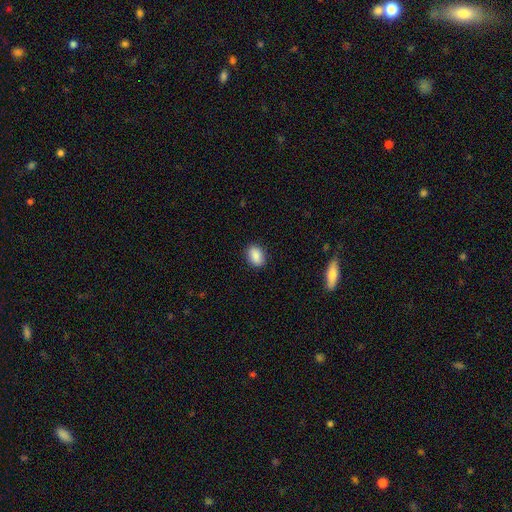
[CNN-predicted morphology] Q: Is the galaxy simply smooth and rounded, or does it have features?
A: smooth — 89%.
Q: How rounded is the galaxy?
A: in between — 79%.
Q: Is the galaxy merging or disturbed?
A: none — 88%.